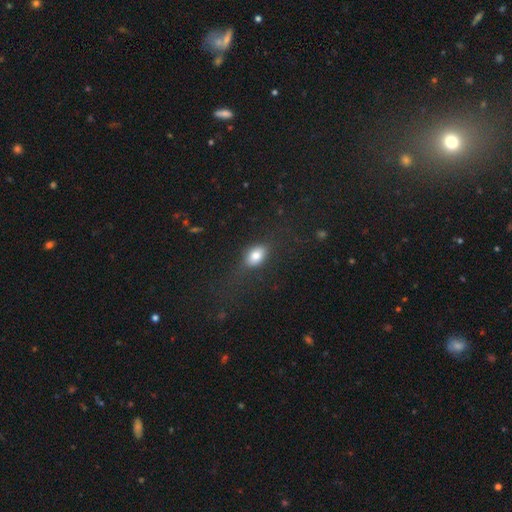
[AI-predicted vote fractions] The model was most divided on "merging": none: 71%, minor disturbance: 16%, major disturbance: 11%, merger: 2%. More confident: how rounded — in between (84%); smooth or featured — smooth (81%).